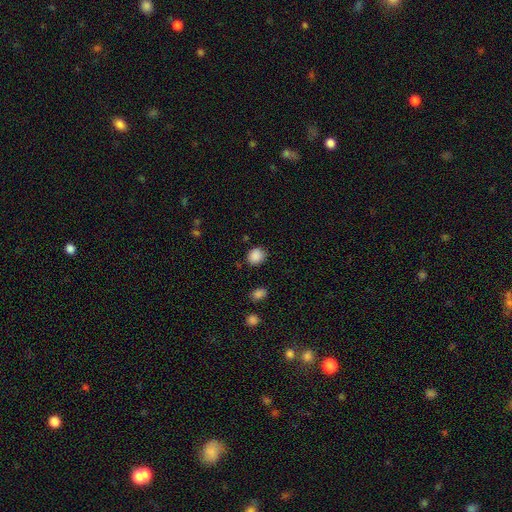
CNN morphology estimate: This appears to be a smooth galaxy with no disk features (88%) that is round (71%). Merging: none (82%).